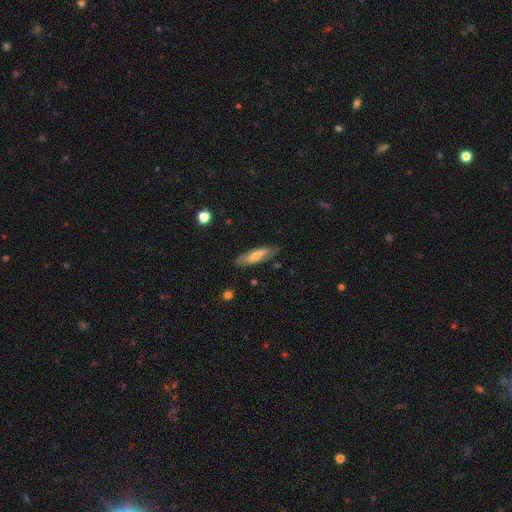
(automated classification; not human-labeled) smooth_or_featured: smooth (p=0.50) [alt: featured or disk p=0.43]
how_rounded: cigar-shaped (p=0.56) [alt: in between p=0.42]
merging: none (p=0.82) [alt: minor disturbance p=0.13]